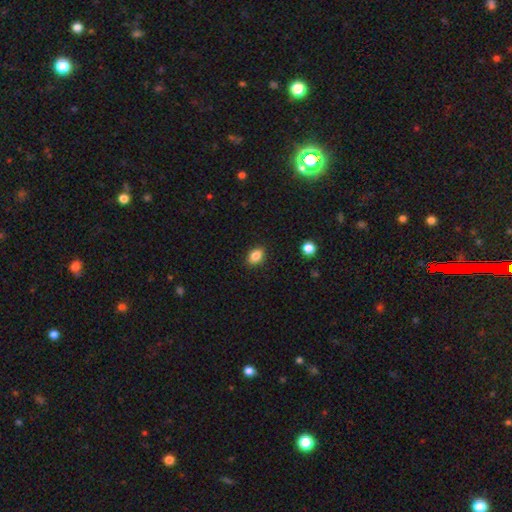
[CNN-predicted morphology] Overall: smooth (85%). How rounded: in between (76%). Merging: none (89%).